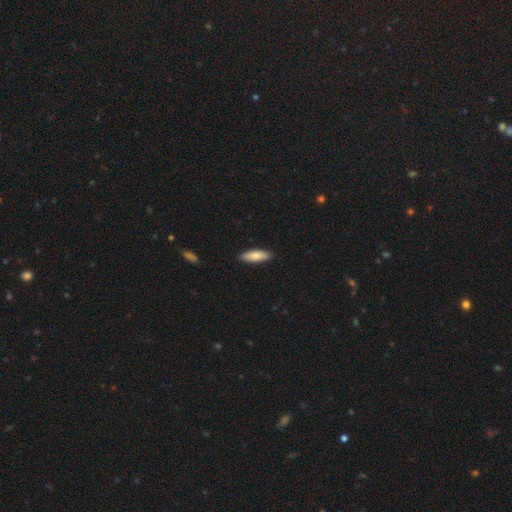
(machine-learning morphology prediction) This appears to be a smooth galaxy with no disk features (80%) that is in between round and cigar-shaped (50%). Merging: none (88%).